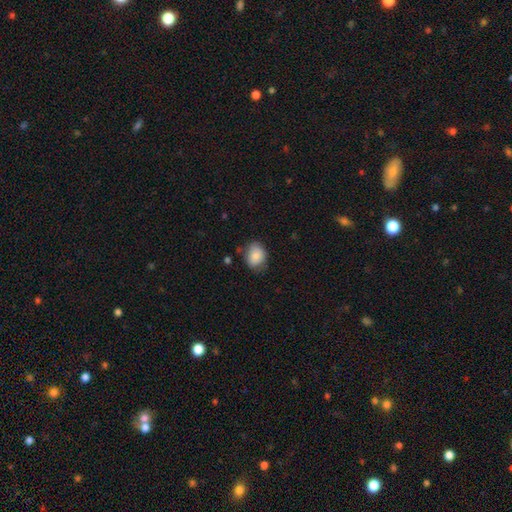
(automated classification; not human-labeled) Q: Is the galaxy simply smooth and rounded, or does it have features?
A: smooth — 85%.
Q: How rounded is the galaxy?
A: in between — 53%.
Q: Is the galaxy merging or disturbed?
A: none — 69%.